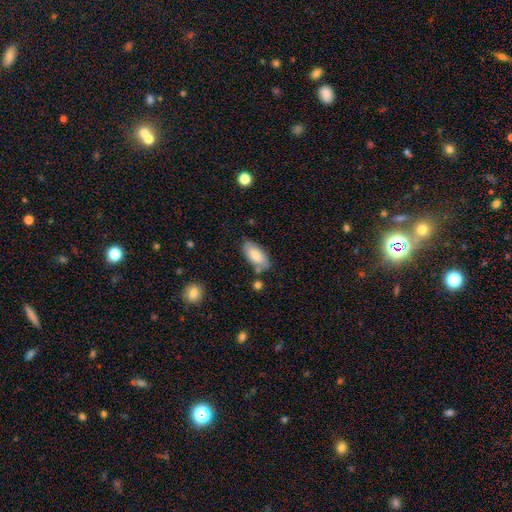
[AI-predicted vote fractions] smooth_or_featured: smooth (p=0.77) [alt: featured or disk p=0.16]
how_rounded: in between (p=0.91) [alt: cigar-shaped p=0.07]
merging: none (p=0.71) [alt: minor disturbance p=0.18]